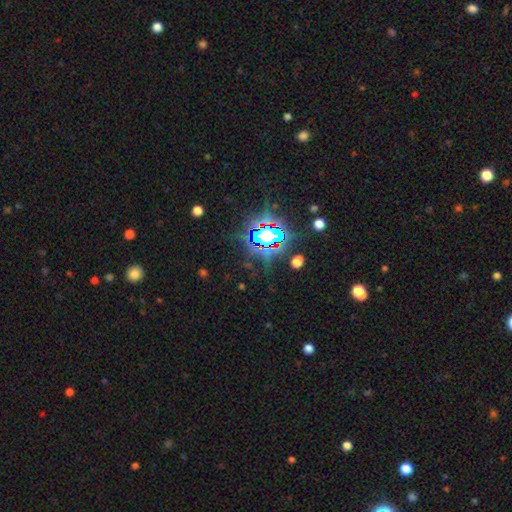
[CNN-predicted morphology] The model was most divided on "smooth or featured": star or artifact: 85%, smooth: 9%, featured or disk: 7%.